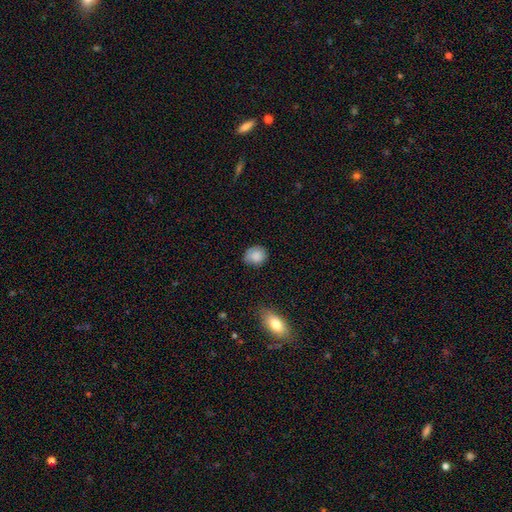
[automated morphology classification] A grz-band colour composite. It shows a smooth galaxy with no disk features (85%) that is round (68%). Merging: none (70%).